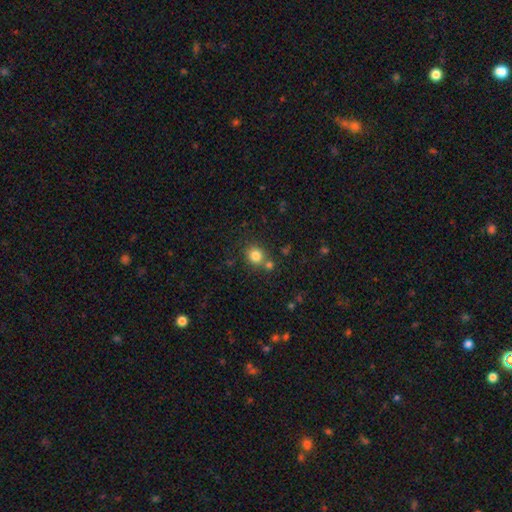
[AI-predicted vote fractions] Smooth or featured? Predicted: smooth (p=0.81). How rounded? Predicted: round (p=0.82). Merging? Predicted: none (p=0.68).